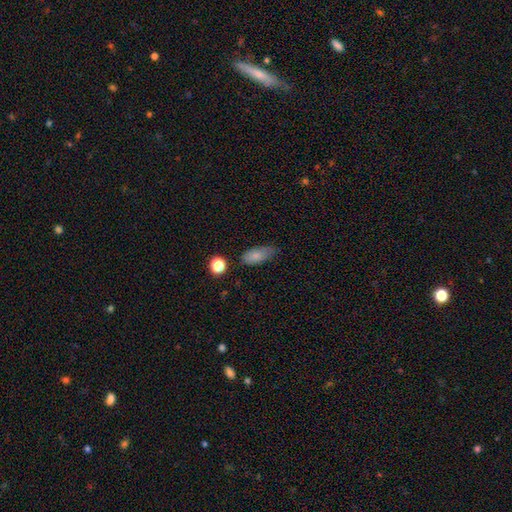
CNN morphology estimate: smooth-or-featured: smooth: 81% | featured or disk: 10% | star or artifact: 10%
  how-rounded: in between: 84% | cigar-shaped: 11% | round: 5%
  merging: none: 65% | minor disturbance: 26% | major disturbance: 6% | merger: 3%